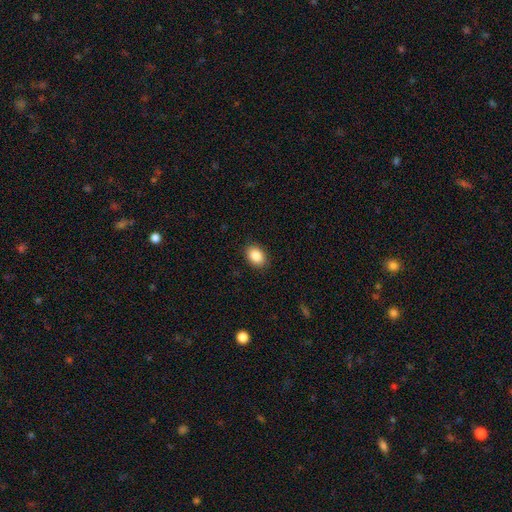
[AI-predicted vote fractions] Overall: smooth (87%). How rounded: in between (70%). Merging: none (89%).